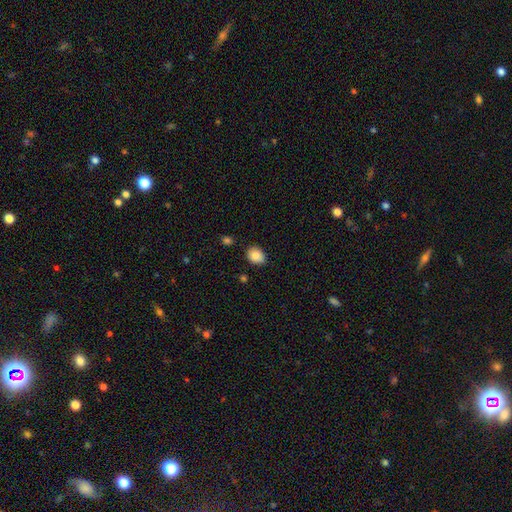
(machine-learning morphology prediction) A smooth galaxy with no disk features (84%) that is in between round and cigar-shaped (50%).

Vote fractions:
- Smooth or featured? smooth: 84% / star or artifact: 9% / featured or disk: 7%
- How rounded? in between: 50% / round: 49% / cigar-shaped: 1%
- Merging? none: 75% / minor disturbance: 20% / major disturbance: 3% / merger: 2%